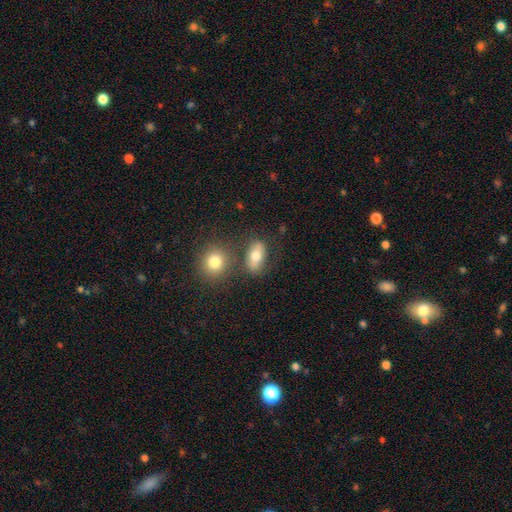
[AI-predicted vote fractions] smooth_or_featured: smooth (p=0.72) [alt: featured or disk p=0.19]
how_rounded: in between (p=0.82) [alt: round p=0.12]
merging: none (p=0.68) [alt: merger p=0.13]